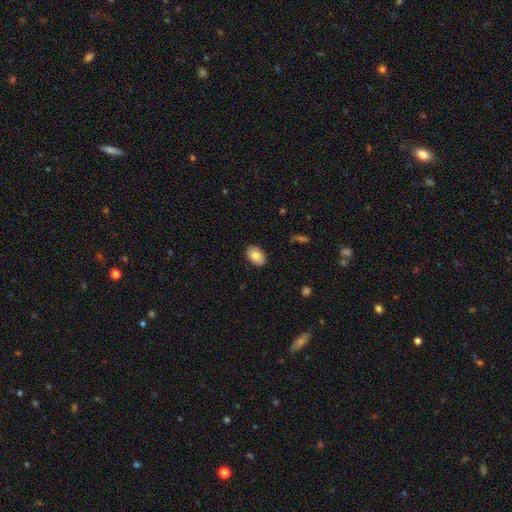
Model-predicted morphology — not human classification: type=smooth (85%); roundness=in between (88%); merging=none (87%).